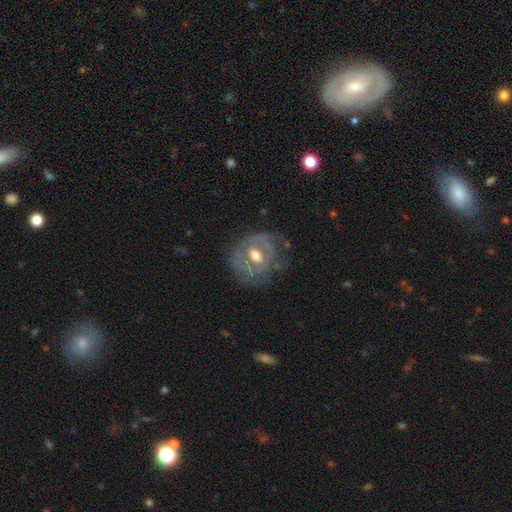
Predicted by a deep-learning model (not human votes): Smooth or featured? Predicted: featured or disk (p=0.67). Edge-on disk? Predicted: no (p=0.96). Bar? Predicted: no (p=0.47). Spiral arms? Predicted: no (p=0.51). Bulge size? Predicted: moderate (p=0.71). Merging? Predicted: none (p=0.58).